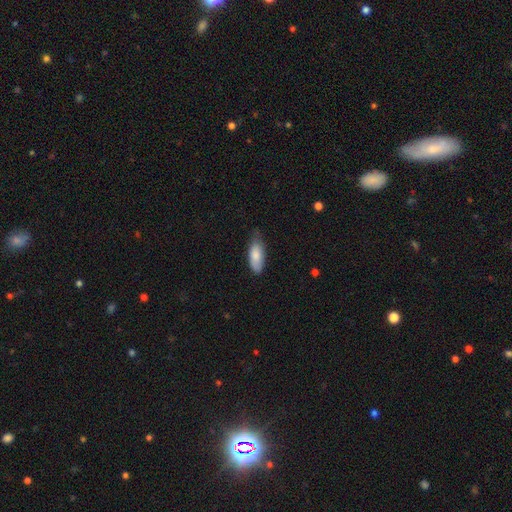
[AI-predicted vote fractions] This is clearly a smooth galaxy (82%). How rounded: clearly in between (83%). Merging: possibly none (55%).